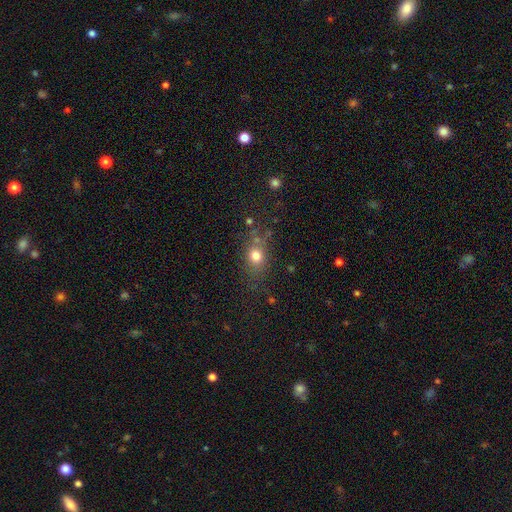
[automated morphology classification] smooth 73%, star or artifact 16%, featured or disk 11%. Down the decision tree: how rounded — round (57%); merging — none (67%).